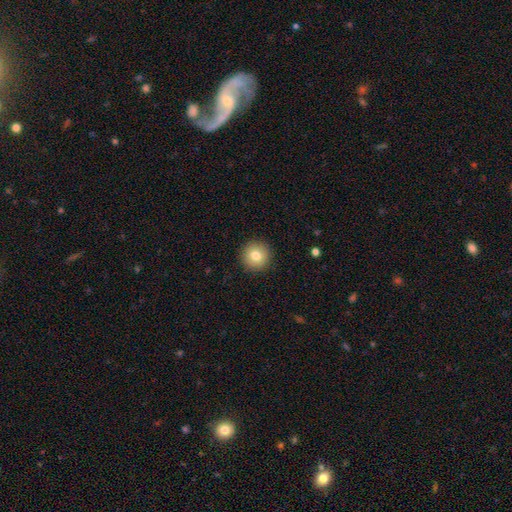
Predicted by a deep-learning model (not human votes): Morphology: type=smooth (80%); roundness=round (95%); merging=none (92%).